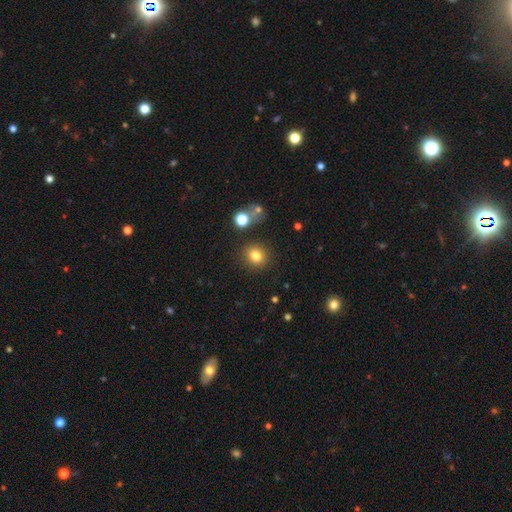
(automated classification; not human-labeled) The model was most divided on "how rounded": round: 78%, in between: 21%, cigar-shaped: 1%. More confident: merging — none (83%); smooth or featured — smooth (80%).